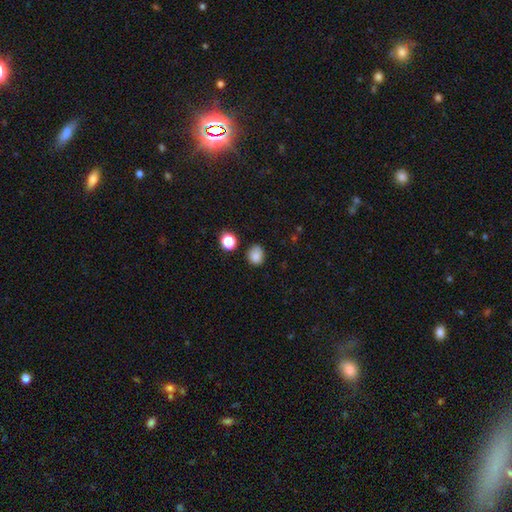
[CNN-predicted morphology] Smooth or featured? smooth (82%)
How rounded? round (65%)
Merging? none (75%)